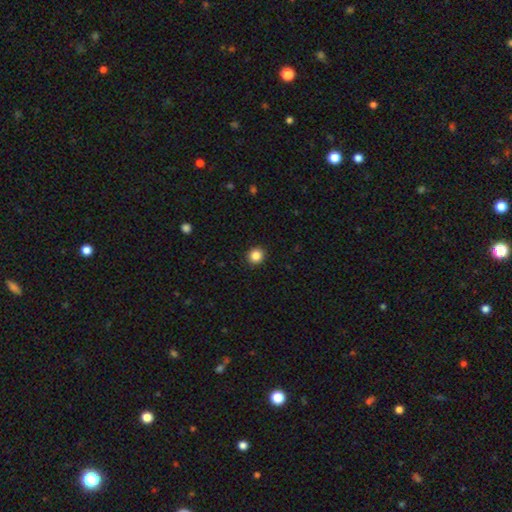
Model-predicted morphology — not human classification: This is clearly a smooth galaxy (86%). How rounded: clearly round (88%). Merging: clearly none (92%).